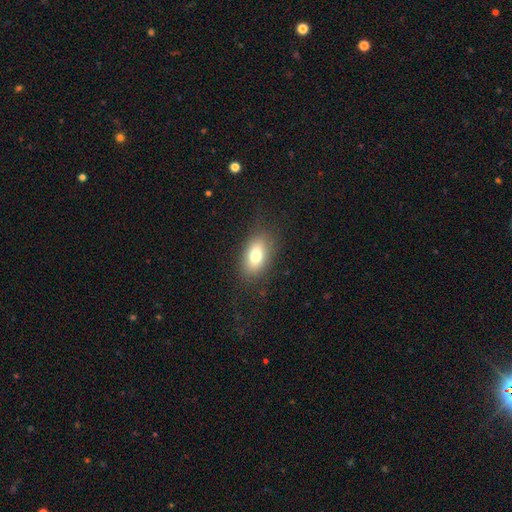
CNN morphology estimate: smooth_or_featured: smooth (p=0.76) [alt: featured or disk p=0.15]
how_rounded: in between (p=0.87) [alt: round p=0.10]
merging: none (p=0.82) [alt: minor disturbance p=0.12]